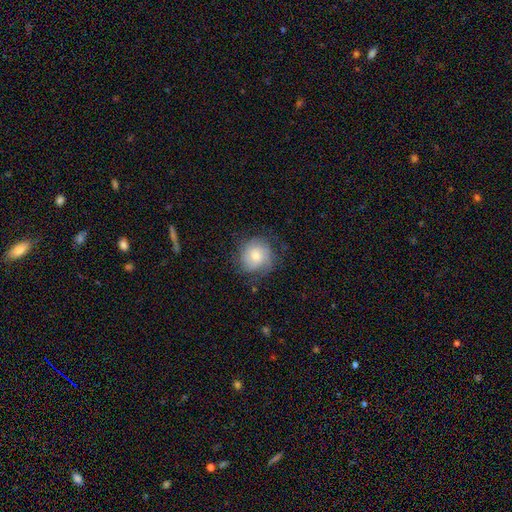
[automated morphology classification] This is possibly a smooth galaxy (58%). How rounded: clearly round (85%). Merging: likely none (66%).